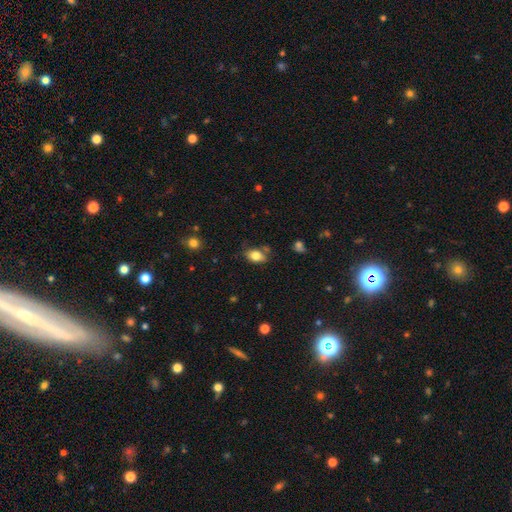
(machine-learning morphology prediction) type=smooth (80%); roundness=in between (86%); merging=none (68%).